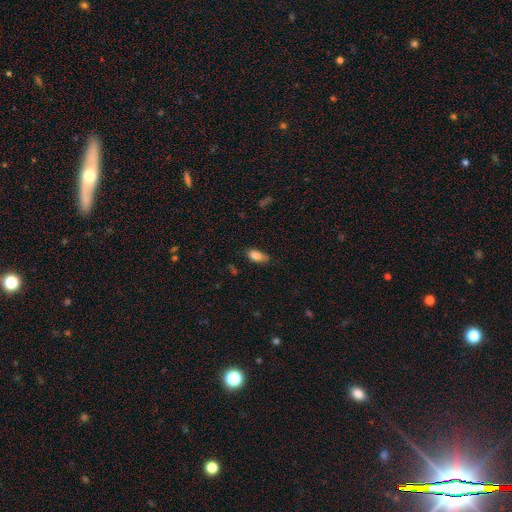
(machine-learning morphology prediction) Smooth or featured?
  - smooth: 85% *
  - star or artifact: 8%
  - featured or disk: 7%
How rounded?
  - in between: 87% *
  - cigar-shaped: 10%
  - round: 3%
Merging?
  - none: 67% *
  - minor disturbance: 26%
  - major disturbance: 5%
  - merger: 2%